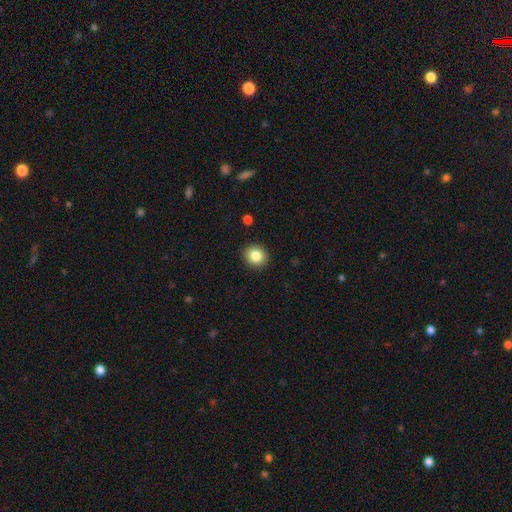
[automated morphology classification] Smooth or featured: smooth — 84% (star or artifact — 10%)
How rounded: round — 79% (in between — 20%)
Merging: none — 92% (minor disturbance — 6%)